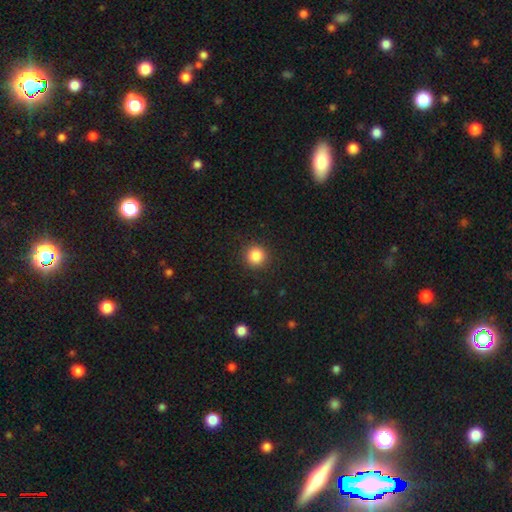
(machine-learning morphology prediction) smooth-or-featured: smooth: 85% | star or artifact: 11% | featured or disk: 4%
  how-rounded: round: 94% | in between: 5% | cigar-shaped: 1%
  merging: none: 91% | minor disturbance: 6% | major disturbance: 2% | merger: 1%